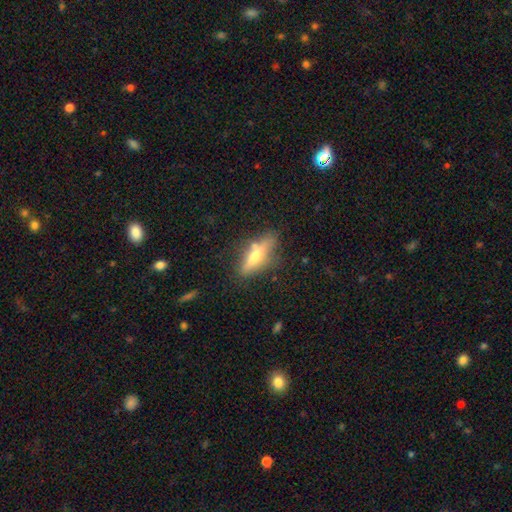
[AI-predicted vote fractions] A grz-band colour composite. It shows a featured or disk galaxy (48%). Merging: none (73%).